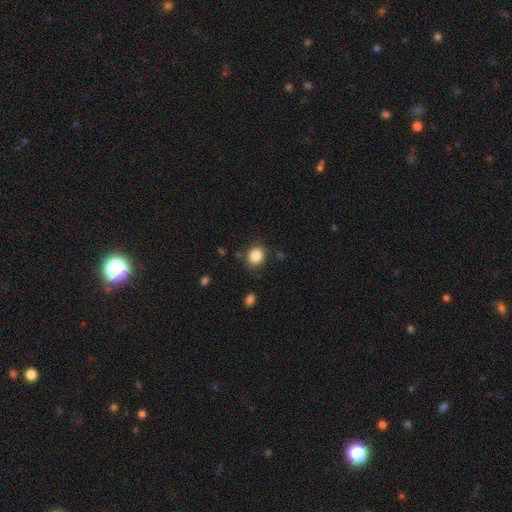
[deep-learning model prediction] Smooth or featured: smooth — 86% (star or artifact — 10%)
How rounded: round — 66% (in between — 33%)
Merging: none — 82% (minor disturbance — 12%)